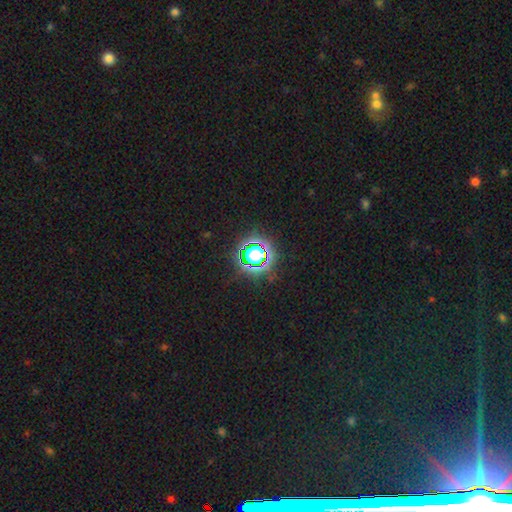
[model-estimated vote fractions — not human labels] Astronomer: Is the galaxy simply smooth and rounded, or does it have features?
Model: star or artifact — 66%.